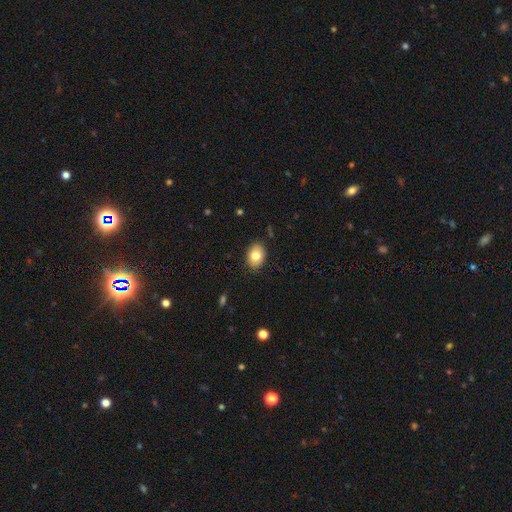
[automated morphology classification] The model was most divided on "how rounded": in between: 71%, round: 28%, cigar-shaped: 1%. More confident: merging — none (87%); smooth or featured — smooth (80%).